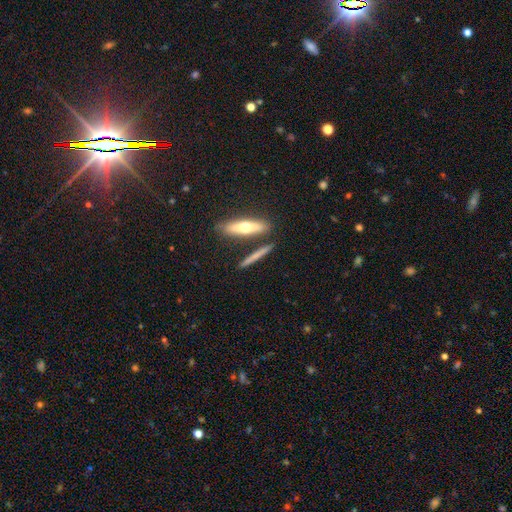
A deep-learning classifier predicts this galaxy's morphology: Smooth or featured? Predicted: smooth (p=0.52). How rounded? Predicted: cigar-shaped (p=0.86). Merging? Predicted: none (p=0.78).